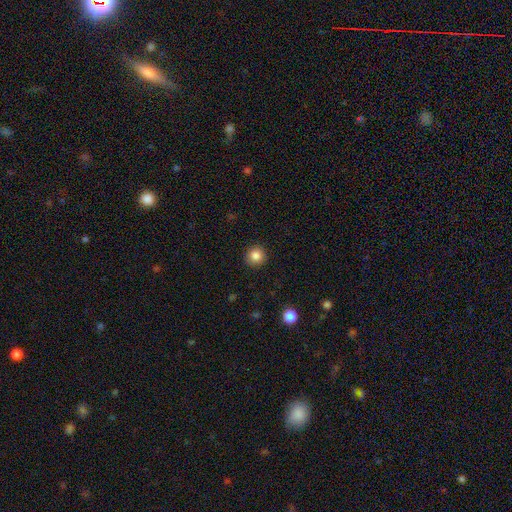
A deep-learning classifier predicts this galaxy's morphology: Q: Smooth or featured?
A: smooth (85%); runner-up: star or artifact (10%)
Q: How rounded?
A: round (94%); runner-up: in between (5%)
Q: Merging?
A: none (92%); runner-up: minor disturbance (5%)